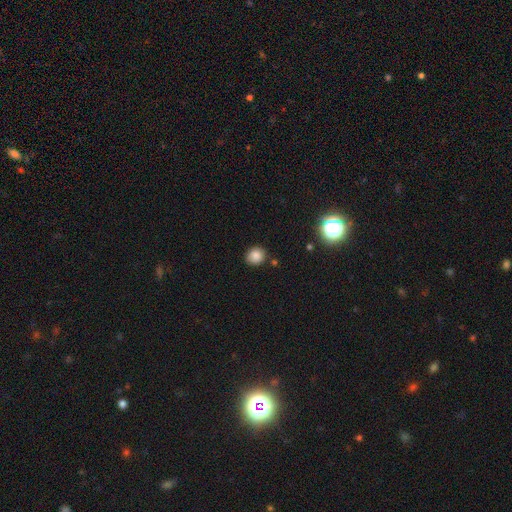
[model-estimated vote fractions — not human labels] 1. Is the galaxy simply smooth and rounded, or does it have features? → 84% smooth, 12% star or artifact, 4% featured or disk.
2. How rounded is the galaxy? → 71% round, 28% in between, 1% cigar-shaped.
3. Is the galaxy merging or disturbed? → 84% none, 11% minor disturbance, 3% merger, 2% major disturbance.